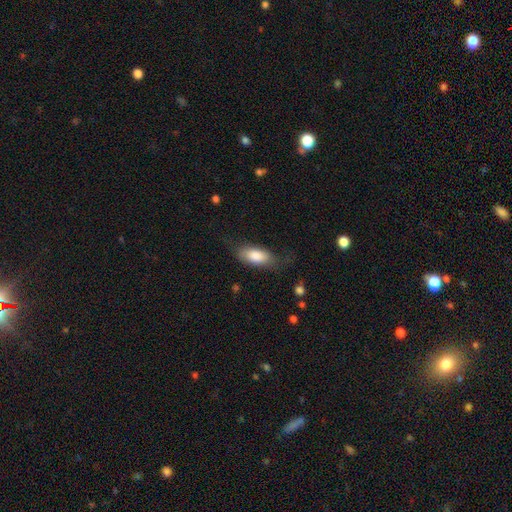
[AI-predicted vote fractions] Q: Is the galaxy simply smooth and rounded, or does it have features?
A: smooth — 79%.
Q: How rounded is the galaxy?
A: in between — 86%.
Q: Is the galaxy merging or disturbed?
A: none — 61%.